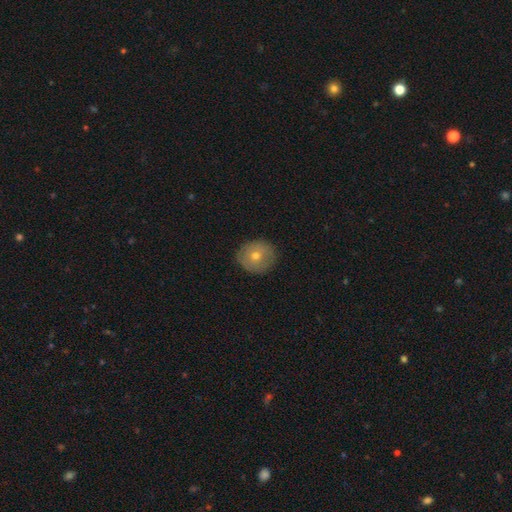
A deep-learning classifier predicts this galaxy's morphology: A smooth galaxy with no disk features (62%) that is round (87%).

Vote fractions:
- Smooth or featured? smooth: 62% / featured or disk: 29% / star or artifact: 10%
- How rounded? round: 87% / in between: 12% / cigar-shaped: 1%
- Merging? none: 86% / minor disturbance: 10% / major disturbance: 2% / merger: 1%